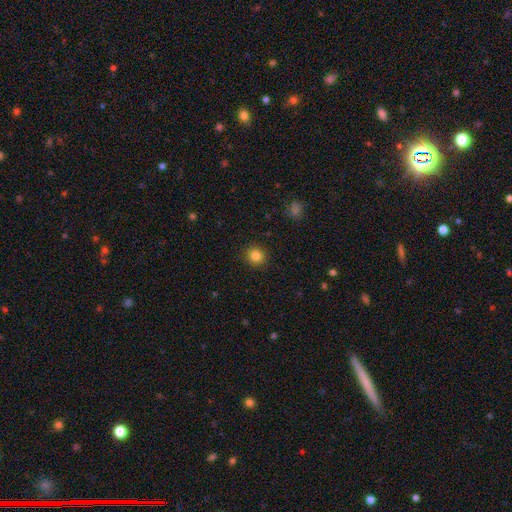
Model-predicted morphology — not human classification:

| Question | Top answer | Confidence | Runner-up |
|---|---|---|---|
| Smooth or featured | smooth | 83% | star or artifact (11%) |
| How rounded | round | 86% | in between (13%) |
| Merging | none | 90% | minor disturbance (6%) |